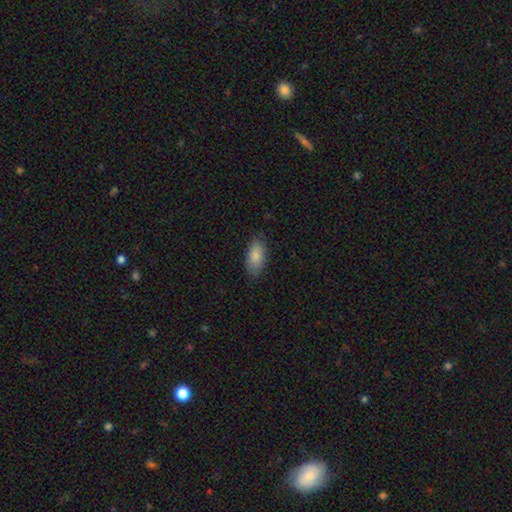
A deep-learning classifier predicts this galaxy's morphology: This is clearly a smooth galaxy (87%). How rounded: clearly in between (91%). Merging: clearly none (82%).